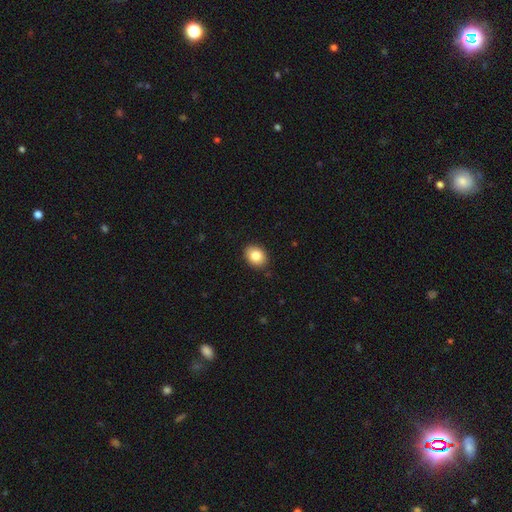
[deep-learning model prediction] This appears to be a smooth galaxy with no disk features (84%) that is in between round and cigar-shaped (61%). Merging: none (88%).